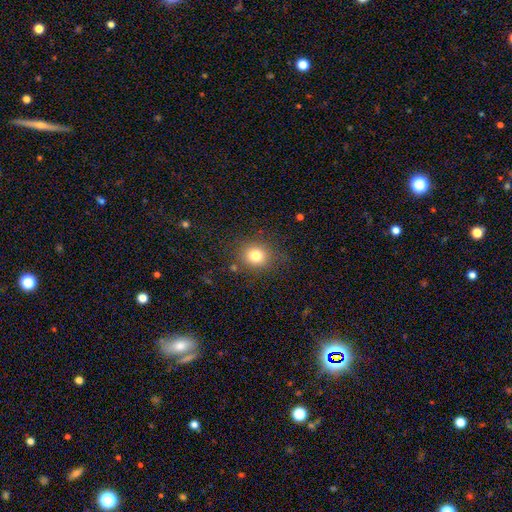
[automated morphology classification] Smooth or featured? Predicted: smooth (p=0.78). How rounded? Predicted: round (p=0.79). Merging? Predicted: none (p=0.81).